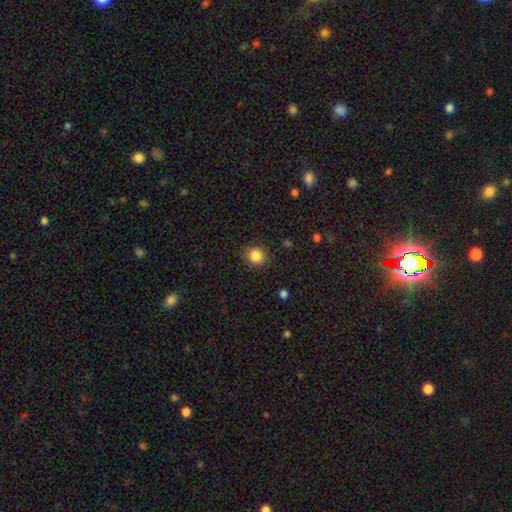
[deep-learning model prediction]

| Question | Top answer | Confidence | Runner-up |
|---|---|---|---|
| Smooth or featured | smooth | 86% | star or artifact (10%) |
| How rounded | round | 80% | in between (20%) |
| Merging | none | 87% | minor disturbance (9%) |